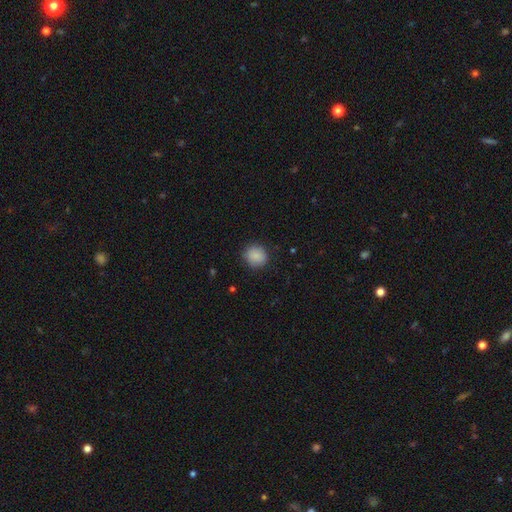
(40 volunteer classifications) Overall: smooth (82%). How rounded: round (91%). Merging: none (97%).